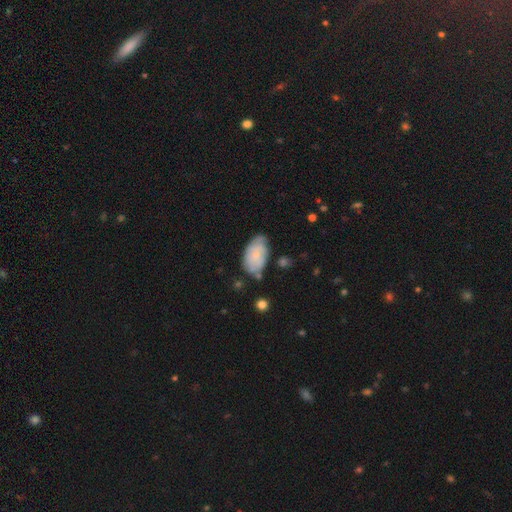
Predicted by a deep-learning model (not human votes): smooth 60%, featured or disk 33%, star or artifact 7%. Down the decision tree: how rounded — in between (93%); merging — none (55%).